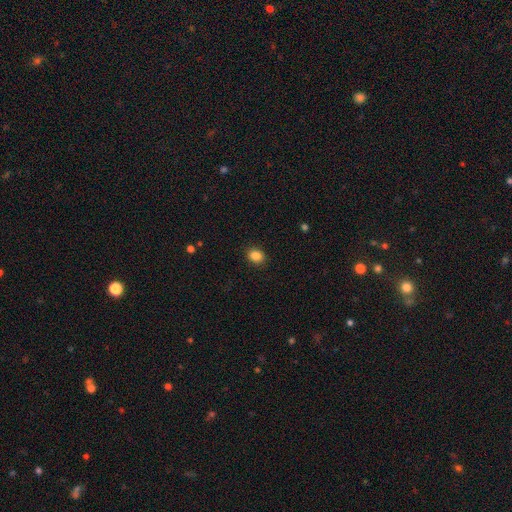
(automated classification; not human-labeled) Morphology: type=smooth (86%); roundness=round (52%); merging=none (90%).